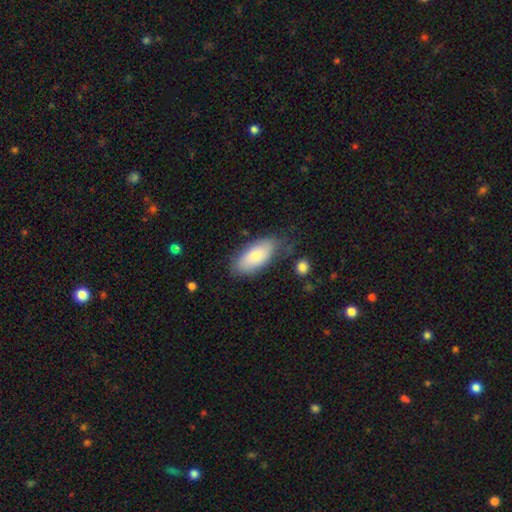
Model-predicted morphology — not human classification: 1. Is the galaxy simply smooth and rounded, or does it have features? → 77% smooth, 17% featured or disk, 6% star or artifact.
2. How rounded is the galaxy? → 89% in between, 9% cigar-shaped, 2% round.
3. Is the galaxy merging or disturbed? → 67% none, 23% minor disturbance, 7% major disturbance, 4% merger.